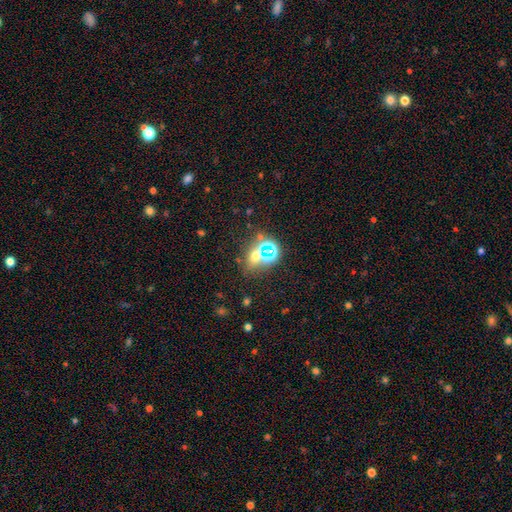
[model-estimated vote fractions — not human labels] Smooth or featured: smooth — 44% (star or artifact — 43%)
Merging: none — 58% (merger — 25%)